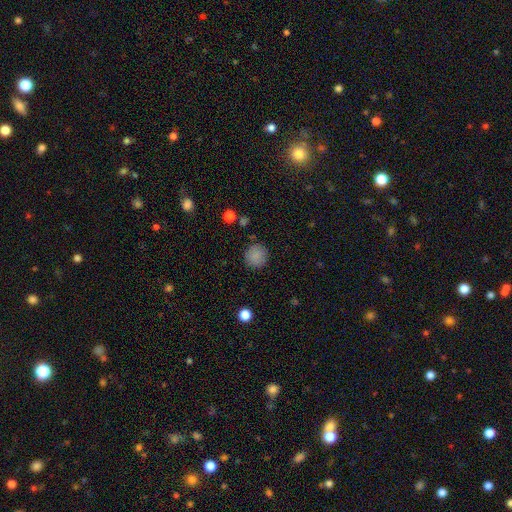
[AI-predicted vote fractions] This is clearly a smooth galaxy (86%). How rounded: clearly round (94%). Merging: clearly none (88%).